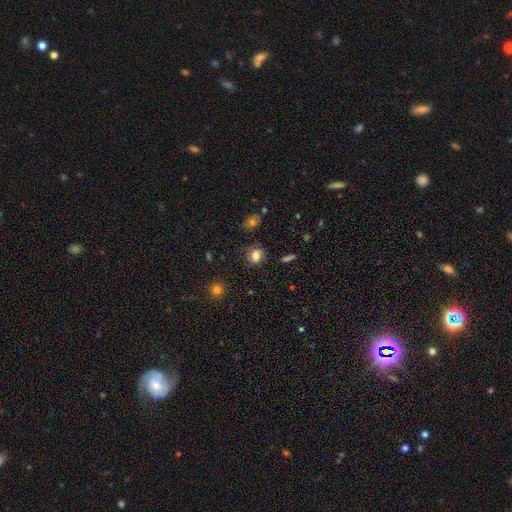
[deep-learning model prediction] The model was most divided on "how rounded": round: 61%, in between: 37%, cigar-shaped: 2%. More confident: smooth or featured — smooth (77%); merging — none (72%).